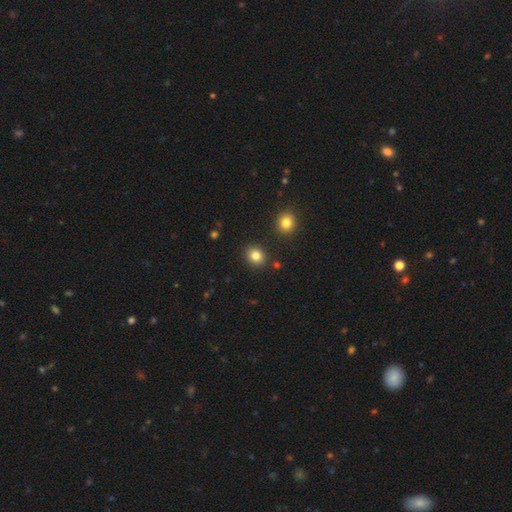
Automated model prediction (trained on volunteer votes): Overall: smooth (83%). How rounded: round (73%). Merging: none (88%).